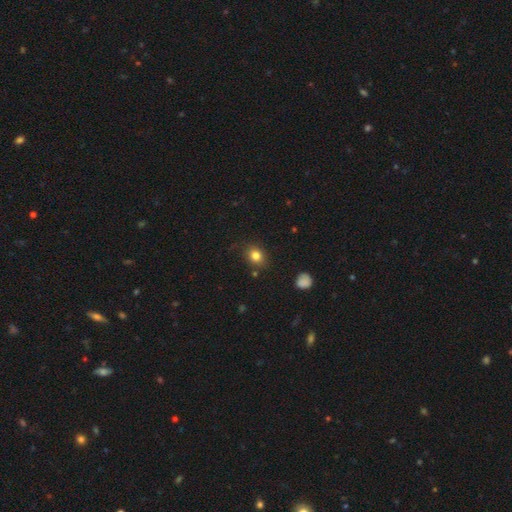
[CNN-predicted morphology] The model was most divided on "how rounded": round: 56%, in between: 43%, cigar-shaped: 1%. More confident: smooth or featured — smooth (81%); merging — none (81%).